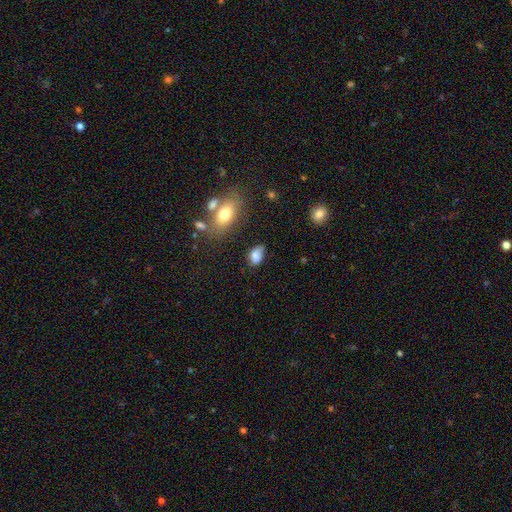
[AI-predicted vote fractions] This is likely a smooth galaxy (78%). How rounded: clearly in between (86%). Merging: possibly none (53%).